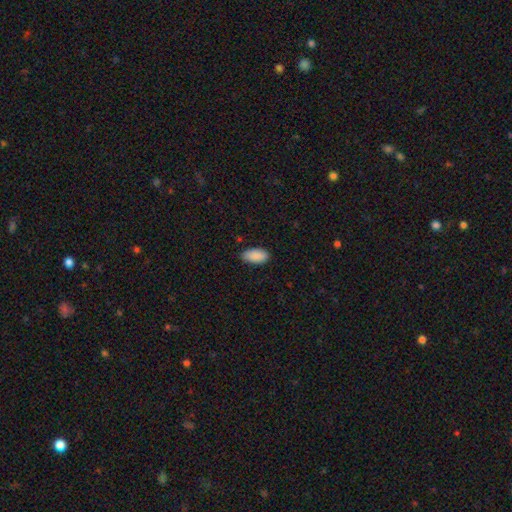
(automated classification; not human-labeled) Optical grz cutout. It shows a smooth galaxy with no disk features (90%) that is in between round and cigar-shaped (94%). Merging: none (83%).